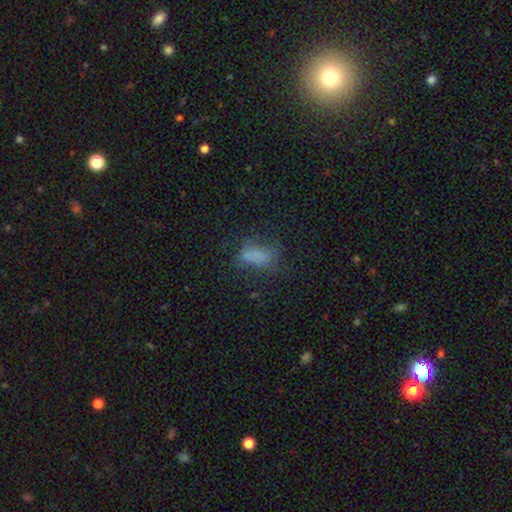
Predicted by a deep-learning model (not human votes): Smooth or featured? Predicted: smooth (p=0.62). How rounded? Predicted: in between (p=0.79). Merging? Predicted: none (p=0.43).